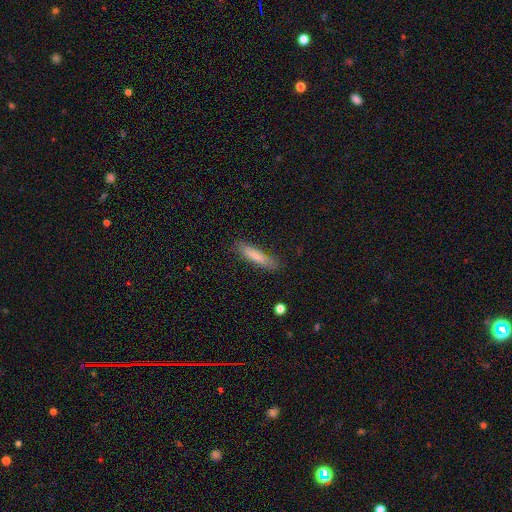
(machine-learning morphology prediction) smooth-or-featured: smooth: 79% | featured or disk: 14% | star or artifact: 6%
  how-rounded: cigar-shaped: 83% | in between: 16% | round: 1%
  merging: none: 80% | minor disturbance: 15% | major disturbance: 3% | merger: 2%